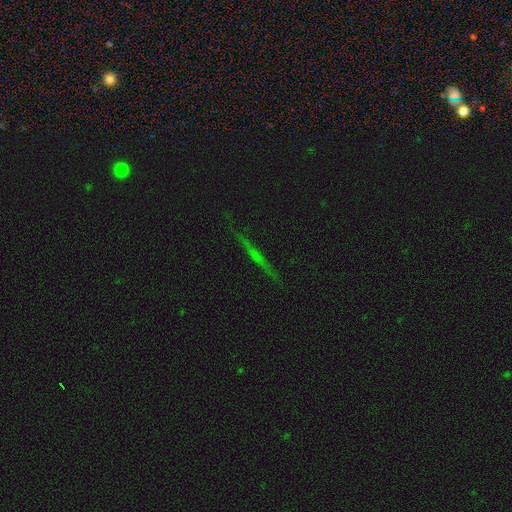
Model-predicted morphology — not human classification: A featured or disk galaxy (56%) viewed edge-on (95%) with no central bulge (63%). Merging: none (88%).